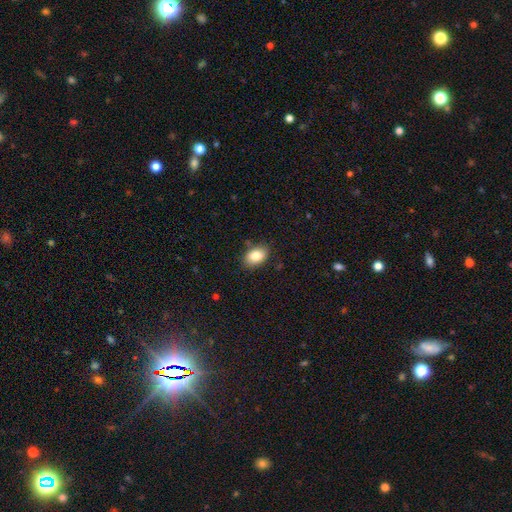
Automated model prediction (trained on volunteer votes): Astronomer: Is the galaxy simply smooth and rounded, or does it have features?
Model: smooth — 85%.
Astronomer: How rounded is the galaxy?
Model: in between — 84%.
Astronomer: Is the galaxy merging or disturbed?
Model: none — 82%.